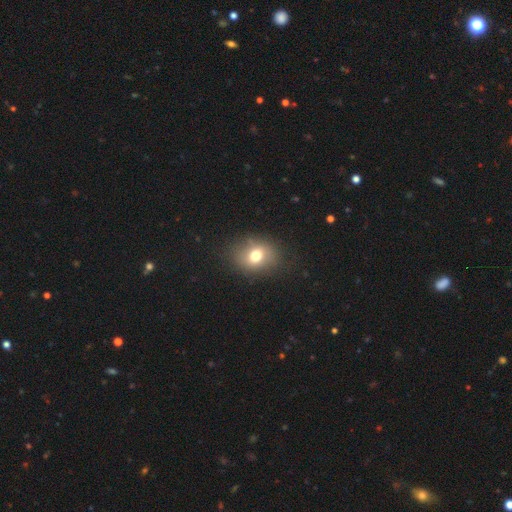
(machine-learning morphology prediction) Smooth or featured?
  - smooth: 71% *
  - featured or disk: 17%
  - star or artifact: 12%
How rounded?
  - in between: 50% *
  - round: 49%
  - cigar-shaped: 1%
Merging?
  - none: 80% *
  - minor disturbance: 13%
  - major disturbance: 5%
  - merger: 1%